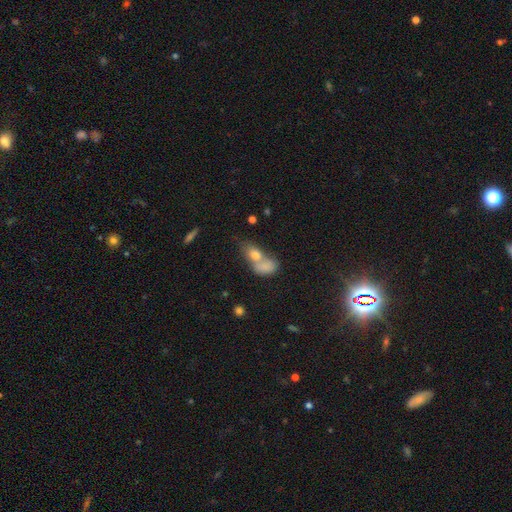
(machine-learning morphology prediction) This is possibly a smooth galaxy (57%). How rounded: likely in between (67%). Merging: likely merger (61%).